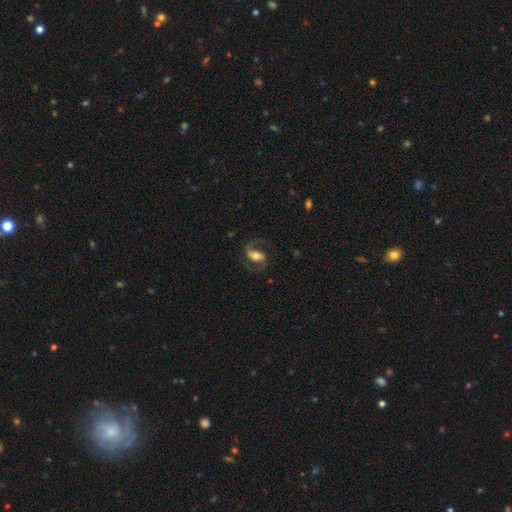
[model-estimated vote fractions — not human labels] Morphology: type=featured or disk (76%); edge-on=no (96%); bar=strong (38%); spiral arms=yes (93%); winding=medium (52%); arm count=2 (88%); bulge=moderate (62%); merging=none (72%).